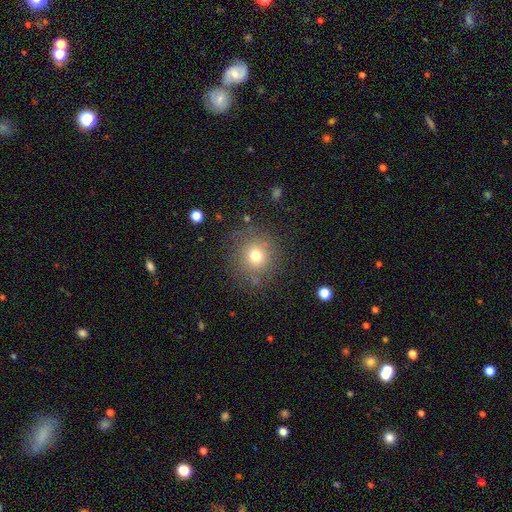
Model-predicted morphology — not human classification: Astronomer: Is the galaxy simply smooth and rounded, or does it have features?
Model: smooth — 74%.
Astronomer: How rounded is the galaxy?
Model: round — 90%.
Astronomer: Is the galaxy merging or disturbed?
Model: none — 81%.